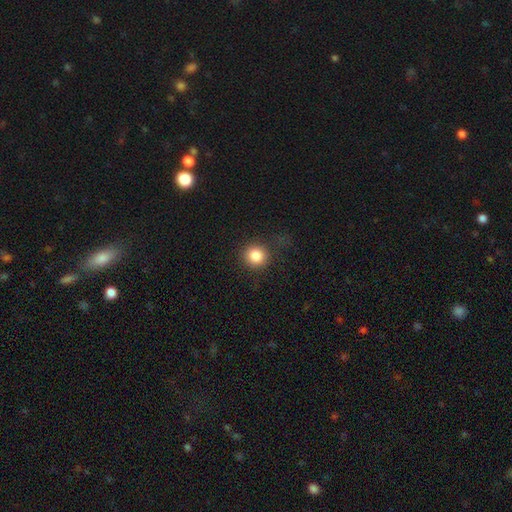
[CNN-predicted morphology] A smooth galaxy with no disk features (85%) that is round (88%).

Vote fractions:
- Smooth or featured? smooth: 85% / star or artifact: 10% / featured or disk: 5%
- How rounded? round: 88% / in between: 11% / cigar-shaped: 1%
- Merging? none: 81% / minor disturbance: 12% / major disturbance: 5% / merger: 1%